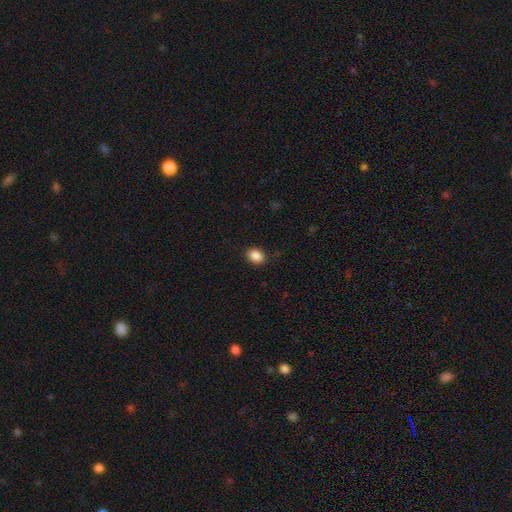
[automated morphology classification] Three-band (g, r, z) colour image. It shows a smooth galaxy with no disk features (88%) that is in between round and cigar-shaped (67%). Merging: none (87%).